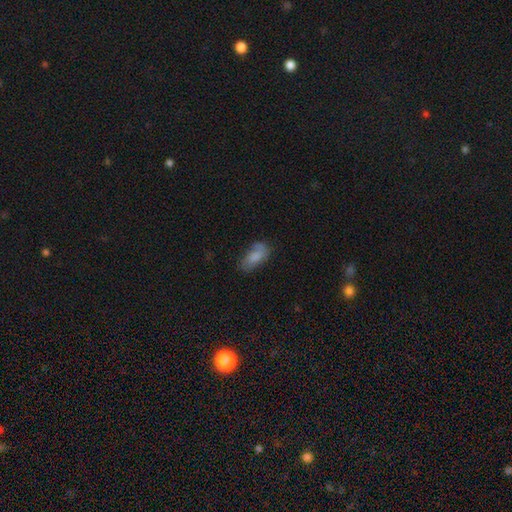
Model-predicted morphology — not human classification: This appears to be a smooth galaxy with no disk features (76%) that is in between round and cigar-shaped (88%). Merging: none (56%).